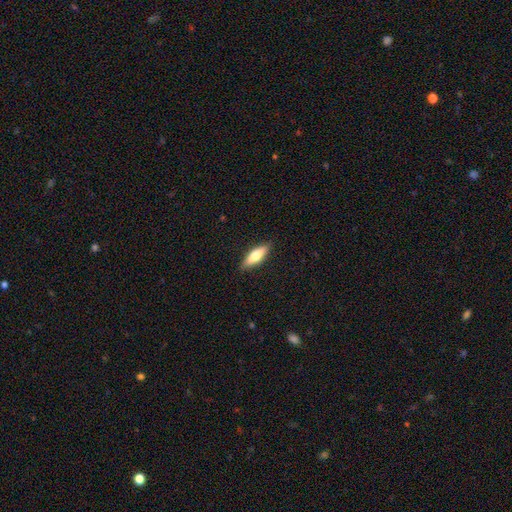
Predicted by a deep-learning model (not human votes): smooth-or-featured: smooth: 68% | featured or disk: 26% | star or artifact: 6%
  how-rounded: in between: 53% | cigar-shaped: 45% | round: 2%
  merging: none: 88% | minor disturbance: 9% | major disturbance: 2% | merger: 1%